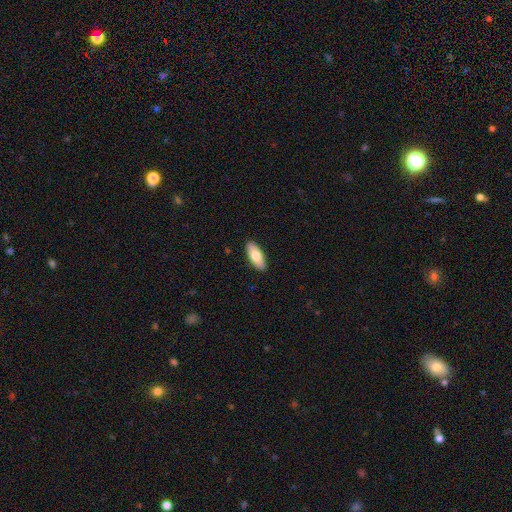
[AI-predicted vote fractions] Smooth or featured?
  - smooth: 76% *
  - featured or disk: 18%
  - star or artifact: 6%
How rounded?
  - in between: 80% *
  - cigar-shaped: 18%
  - round: 2%
Merging?
  - none: 90% *
  - minor disturbance: 8%
  - major disturbance: 1%
  - merger: 1%